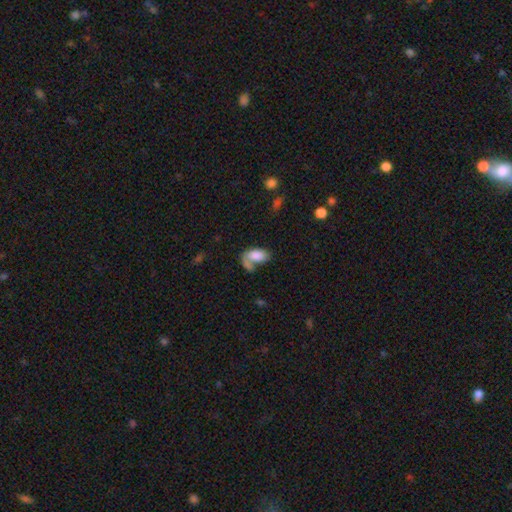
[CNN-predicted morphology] Smooth or featured? Predicted: smooth (p=0.75). How rounded? Predicted: in between (p=0.91). Merging? Predicted: merger (p=0.35).